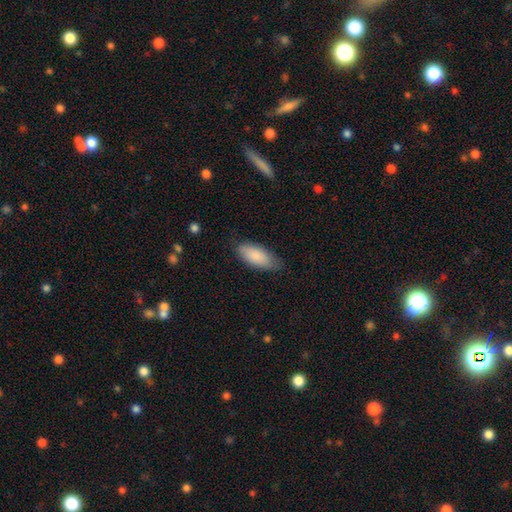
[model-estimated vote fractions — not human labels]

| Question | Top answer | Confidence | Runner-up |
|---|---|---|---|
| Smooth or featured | smooth | 87% | featured or disk (7%) |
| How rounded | in between | 84% | cigar-shaped (14%) |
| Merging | none | 75% | minor disturbance (20%) |